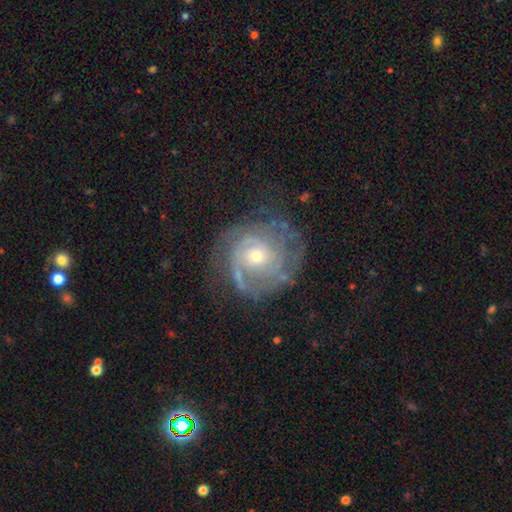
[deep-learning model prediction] Q: Smooth or featured?
A: featured or disk (80%); runner-up: smooth (14%)
Q: Edge-on disk?
A: no (98%); runner-up: yes (2%)
Q: Bar?
A: no (75%); runner-up: weak (22%)
Q: Spiral arms?
A: yes (88%); runner-up: no (12%)
Q: Spiral winding?
A: tight (65%); runner-up: medium (26%)
Q: Spiral arm count?
A: can't tell (39%); runner-up: 2 (28%)
Q: Bulge size?
A: moderate (50%); runner-up: small (44%)
Q: Merging?
A: none (66%); runner-up: minor disturbance (19%)